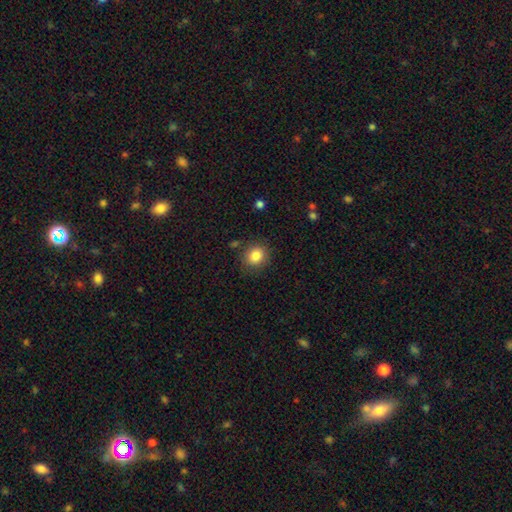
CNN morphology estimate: A smooth galaxy with no disk features (84%) that is round (75%). Merging: none (82%).